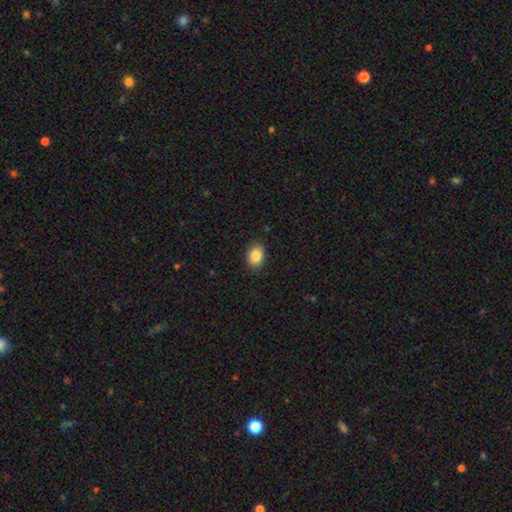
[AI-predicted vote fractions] Q: Smooth or featured?
A: smooth (87%); runner-up: star or artifact (8%)
Q: How rounded?
A: in between (77%); runner-up: round (22%)
Q: Merging?
A: none (88%); runner-up: minor disturbance (9%)